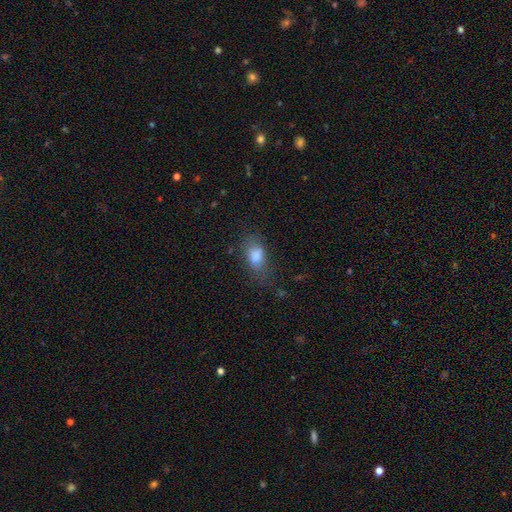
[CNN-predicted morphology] Smooth or featured? Predicted: smooth (p=0.79). How rounded? Predicted: in between (p=0.84). Merging? Predicted: none (p=0.57).